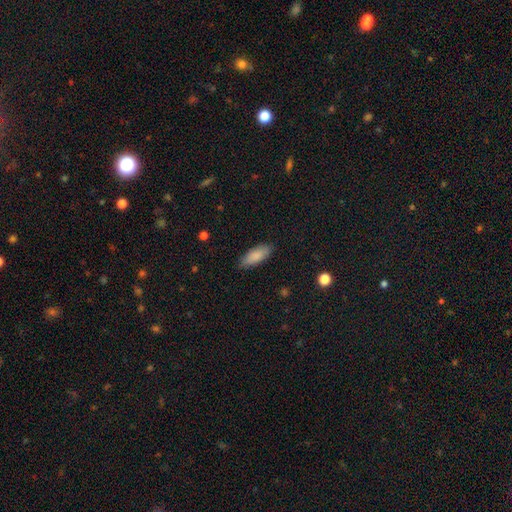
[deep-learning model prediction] smooth-or-featured: smooth: 86% | featured or disk: 8% | star or artifact: 6%
  how-rounded: in between: 72% | cigar-shaped: 26% | round: 2%
  merging: none: 85% | minor disturbance: 12% | major disturbance: 2% | merger: 1%